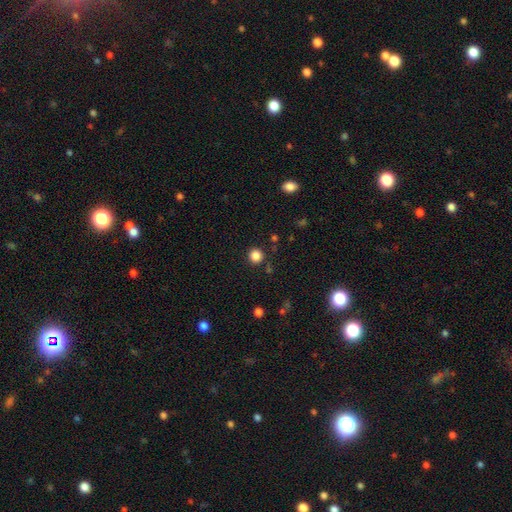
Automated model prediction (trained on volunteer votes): A smooth galaxy with no disk features (85%) that is round (93%). Merging: none (89%).